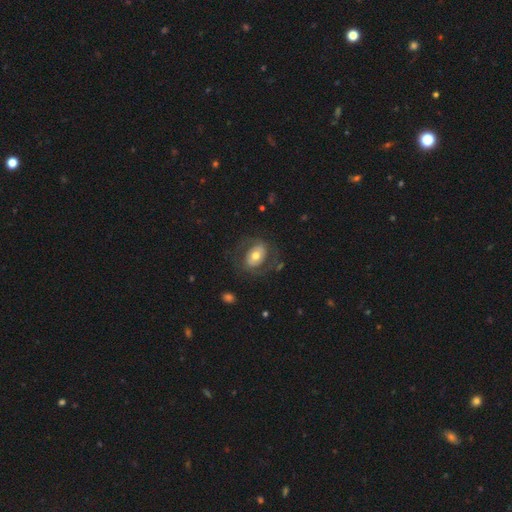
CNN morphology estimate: Smooth or featured?
  - featured or disk: 47% *
  - smooth: 46%
  - star or artifact: 7%
Merging?
  - none: 67% *
  - major disturbance: 16%
  - minor disturbance: 15%
  - merger: 2%